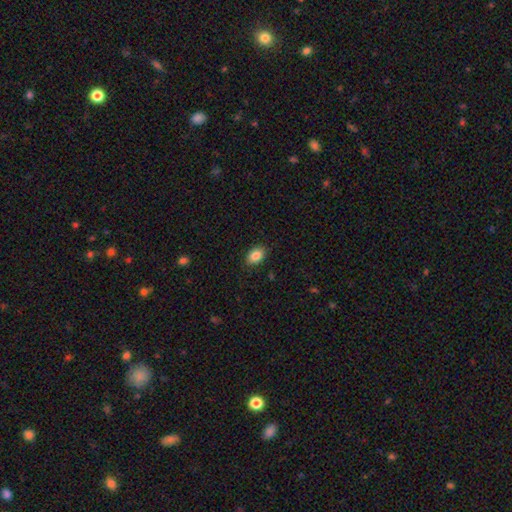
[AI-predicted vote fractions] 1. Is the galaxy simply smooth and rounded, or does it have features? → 86% smooth, 8% star or artifact, 5% featured or disk.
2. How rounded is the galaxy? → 84% in between, 14% round, 1% cigar-shaped.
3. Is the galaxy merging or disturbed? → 87% none, 10% minor disturbance, 2% major disturbance, 1% merger.